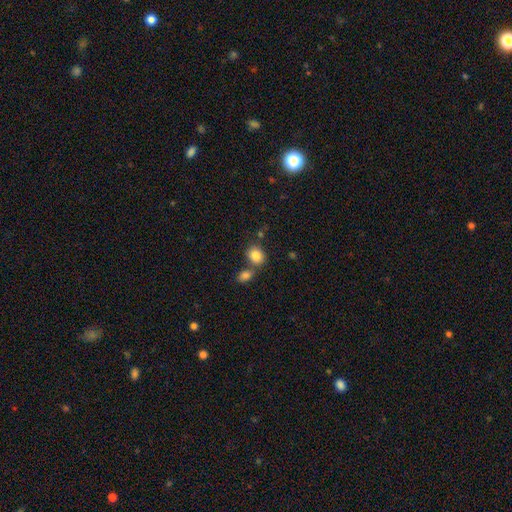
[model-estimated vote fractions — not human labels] smooth_or_featured: smooth (p=0.84) [alt: star or artifact p=0.10]
how_rounded: round (p=0.55) [alt: in between p=0.44]
merging: none (p=0.59) [alt: merger p=0.27]